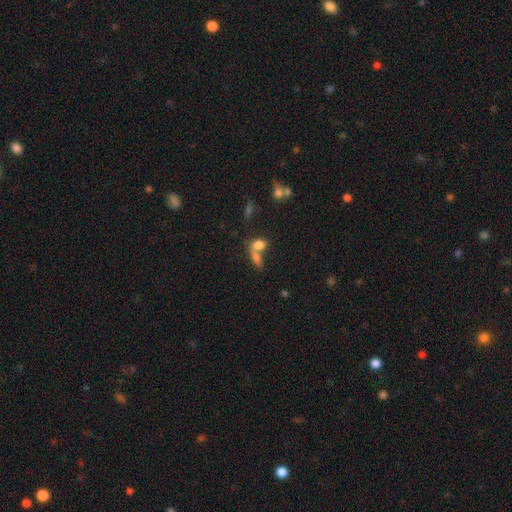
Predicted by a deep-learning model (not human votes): Overall: smooth (68%). How rounded: in between (66%). Merging: merger (55%; none 31%).